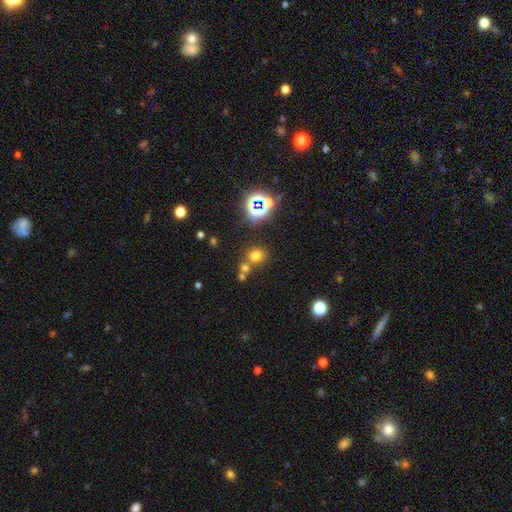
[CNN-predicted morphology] smooth_or_featured: smooth (p=0.64) [alt: star or artifact p=0.27]
how_rounded: round (p=0.82) [alt: in between p=0.17]
merging: none (p=0.65) [alt: merger p=0.23]